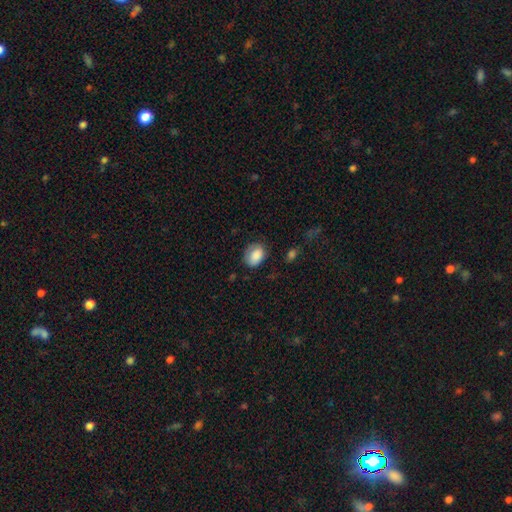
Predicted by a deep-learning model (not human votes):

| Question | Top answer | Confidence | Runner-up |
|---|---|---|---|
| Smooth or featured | smooth | 86% | star or artifact (7%) |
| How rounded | in between | 69% | round (30%) |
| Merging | none | 68% | minor disturbance (24%) |